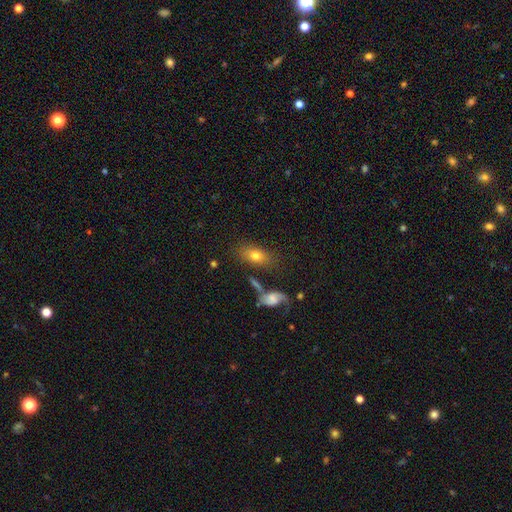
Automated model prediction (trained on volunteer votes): Overall: smooth (71%). How rounded: in between (84%). Merging: none (69%).